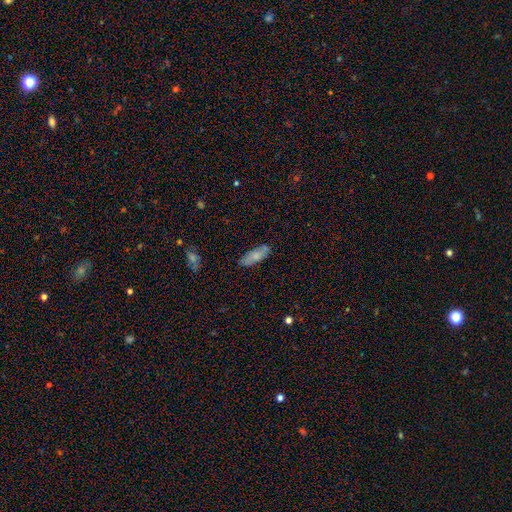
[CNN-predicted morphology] This is likely a smooth galaxy (75%). How rounded: likely in between (71%). Merging: likely none (79%).